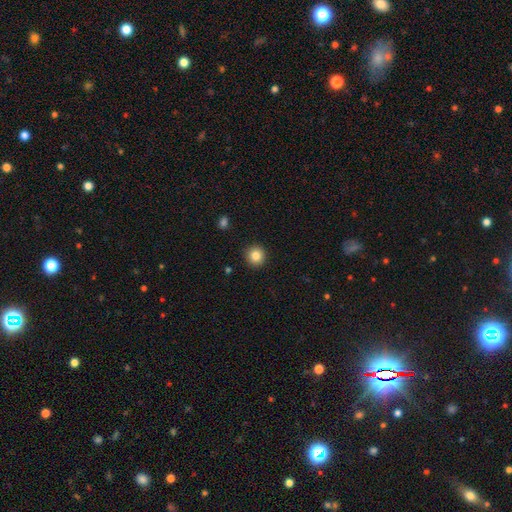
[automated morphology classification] smooth_or_featured: smooth (p=0.84) [alt: star or artifact p=0.10]
how_rounded: round (p=0.95) [alt: in between p=0.04]
merging: none (p=0.92) [alt: minor disturbance p=0.05]